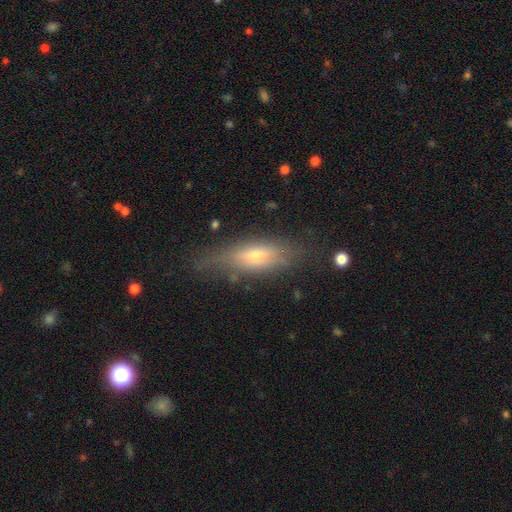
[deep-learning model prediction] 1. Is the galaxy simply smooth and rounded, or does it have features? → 49% smooth, 42% featured or disk, 9% star or artifact.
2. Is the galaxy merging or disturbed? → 67% none, 22% minor disturbance, 9% major disturbance, 2% merger.